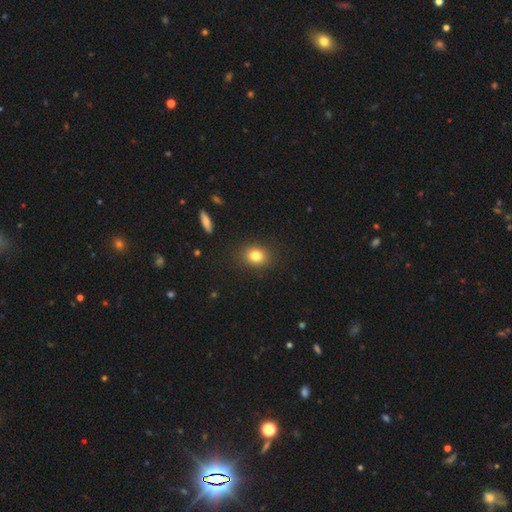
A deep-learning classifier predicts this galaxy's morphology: Smooth or featured: smooth — 81% (star or artifact — 11%)
How rounded: round — 61% (in between — 38%)
Merging: none — 88% (minor disturbance — 8%)